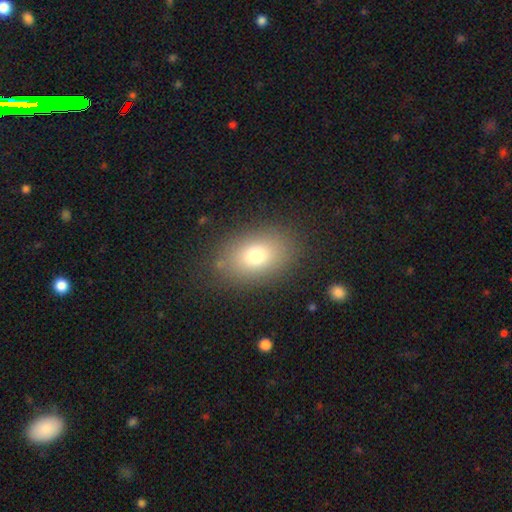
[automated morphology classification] The model was most divided on "smooth or featured": smooth: 76%, featured or disk: 13%, star or artifact: 11%. More confident: merging — none (83%); how rounded — in between (82%).